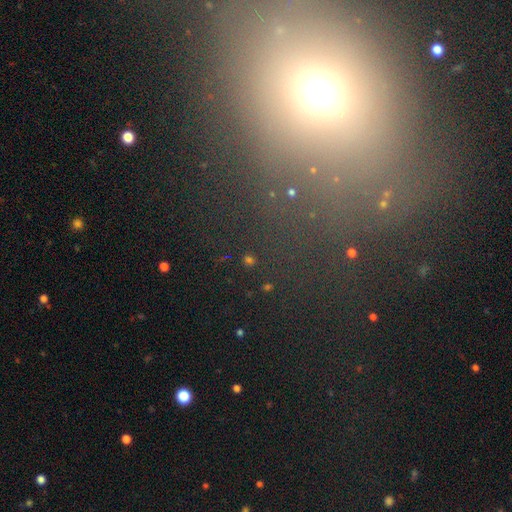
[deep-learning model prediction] smooth_or_featured: star or artifact (p=0.55) [alt: smooth p=0.31]